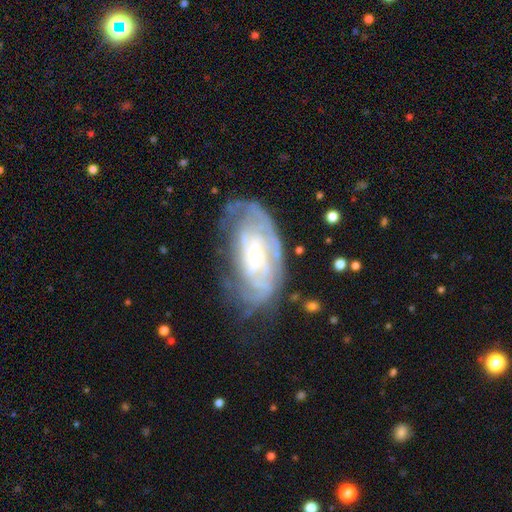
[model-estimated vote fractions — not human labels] A featured or disk galaxy (78%) with no bar (64%), tight (66%) spiral arms (84%) and a small central bulge (61%). Merging: none (57%).